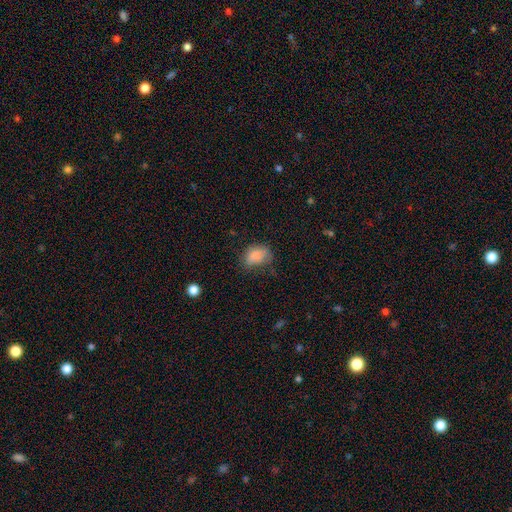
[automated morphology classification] smooth_or_featured: smooth (p=0.82) [alt: star or artifact p=0.10]
how_rounded: in between (p=0.78) [alt: round p=0.20]
merging: none (p=0.51) [alt: minor disturbance p=0.32]